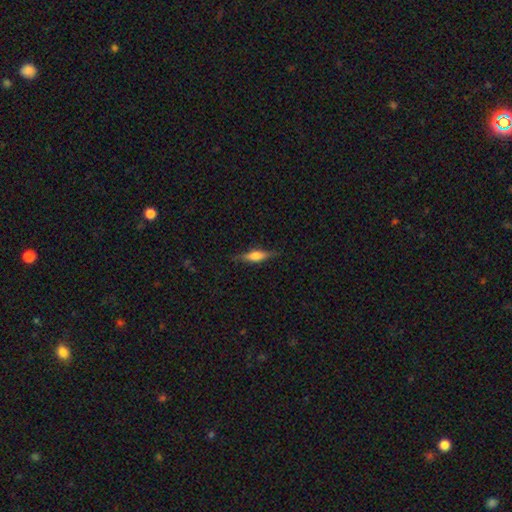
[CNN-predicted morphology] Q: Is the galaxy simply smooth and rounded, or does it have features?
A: featured or disk — 54%.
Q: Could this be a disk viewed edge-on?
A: yes — 95%.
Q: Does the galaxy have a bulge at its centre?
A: rounded — 81%.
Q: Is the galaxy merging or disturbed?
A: none — 83%.